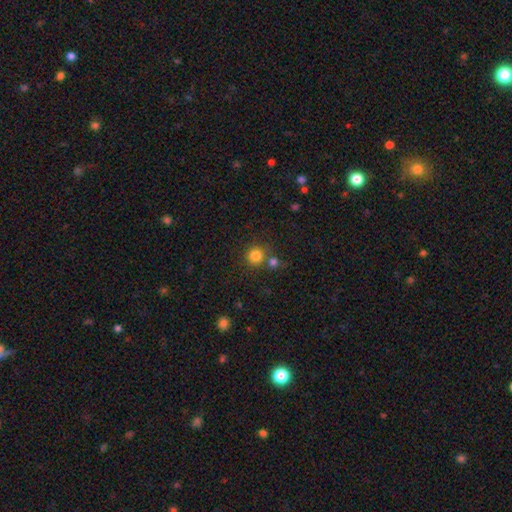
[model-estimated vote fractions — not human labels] The model was most divided on "merging": none: 69%, merger: 20%, minor disturbance: 8%, major disturbance: 3%. More confident: how rounded — round (92%); smooth or featured — smooth (81%).